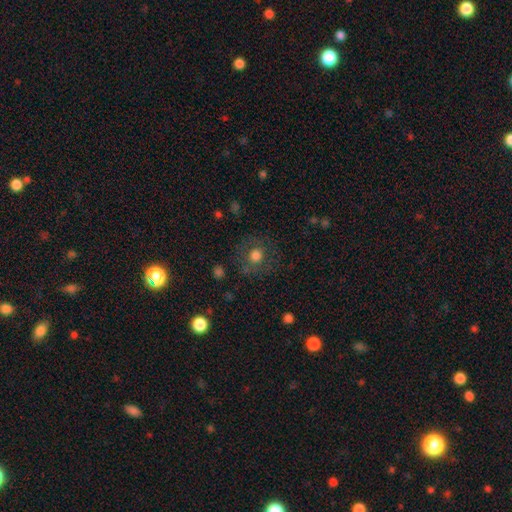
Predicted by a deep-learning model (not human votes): smooth 69%, featured or disk 19%, star or artifact 13%. Down the decision tree: how rounded — round (89%); merging — none (79%).